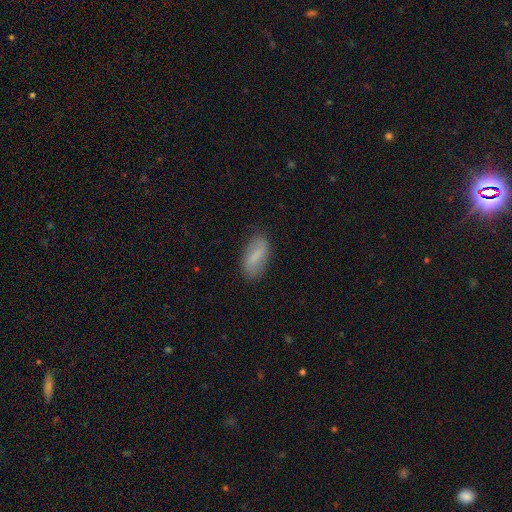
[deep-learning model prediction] Smooth or featured? smooth (66%)
How rounded? in between (85%)
Merging? none (82%)